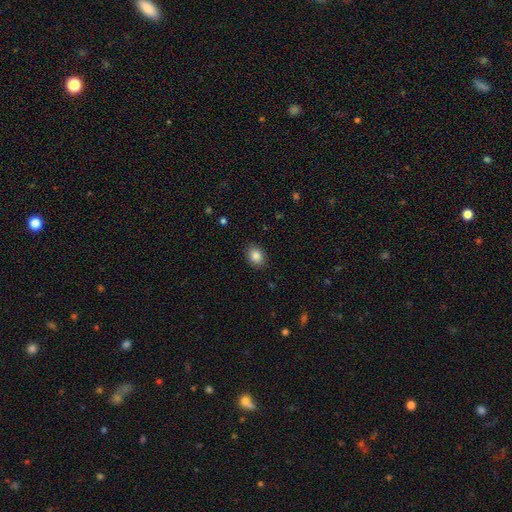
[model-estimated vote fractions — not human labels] smooth_or_featured: smooth (p=0.86) [alt: star or artifact p=0.09]
how_rounded: in between (p=0.61) [alt: round p=0.38]
merging: none (p=0.87) [alt: minor disturbance p=0.09]